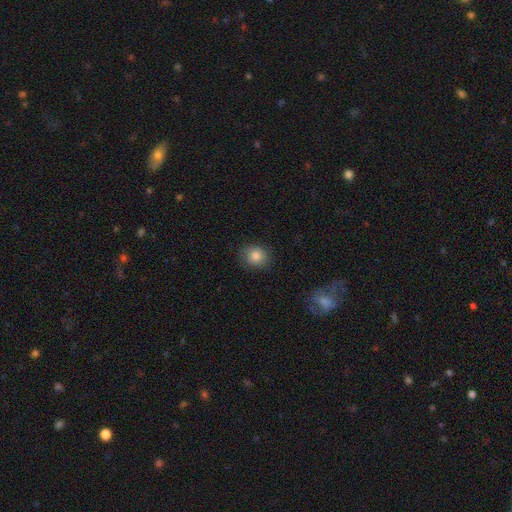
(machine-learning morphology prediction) Q: Smooth or featured?
A: smooth (84%); runner-up: star or artifact (9%)
Q: How rounded?
A: round (75%); runner-up: in between (24%)
Q: Merging?
A: none (81%); runner-up: minor disturbance (14%)